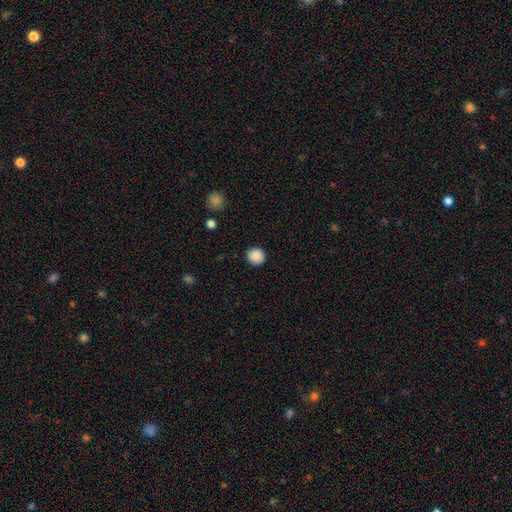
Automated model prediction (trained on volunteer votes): Morphology: type=smooth (89%); roundness=round (89%); merging=none (91%).